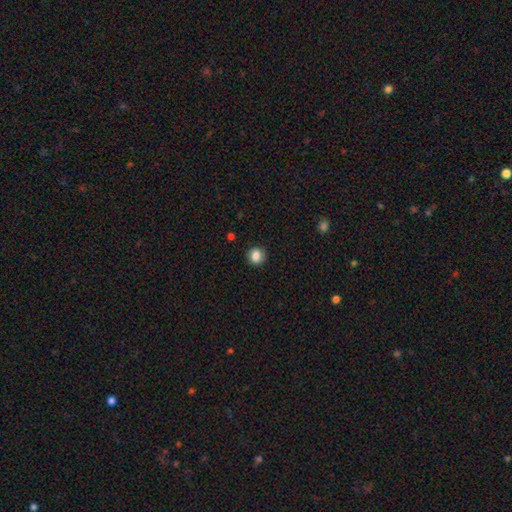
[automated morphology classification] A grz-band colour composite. It shows a smooth galaxy with no disk features (85%) that is round (85%). Merging: none (88%).